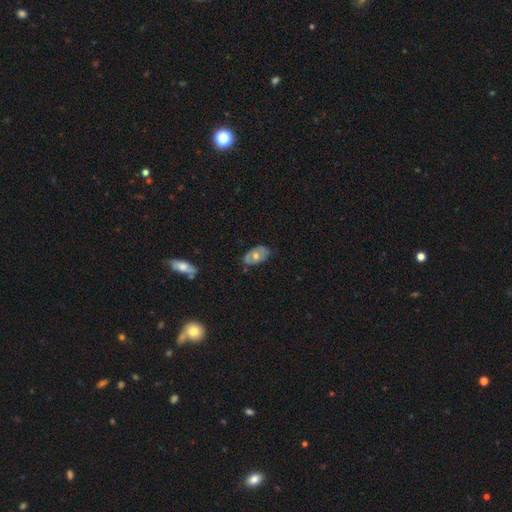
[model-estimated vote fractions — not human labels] A smooth galaxy with no disk features (53%) that is in between round and cigar-shaped (90%). Merging: none (68%).